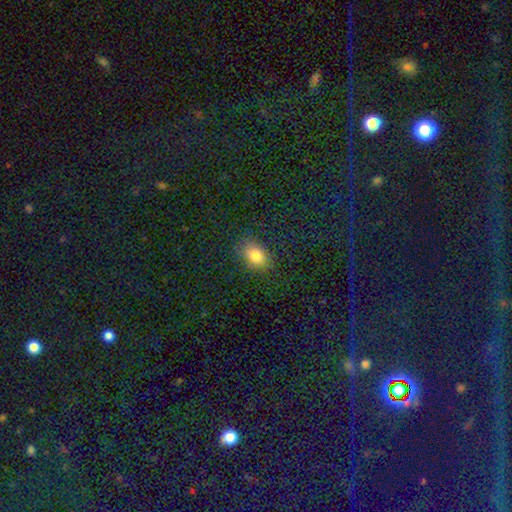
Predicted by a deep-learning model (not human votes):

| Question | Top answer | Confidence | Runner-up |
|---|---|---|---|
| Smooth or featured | smooth | 80% | star or artifact (12%) |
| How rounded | in between | 77% | round (21%) |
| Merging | none | 82% | minor disturbance (12%) |